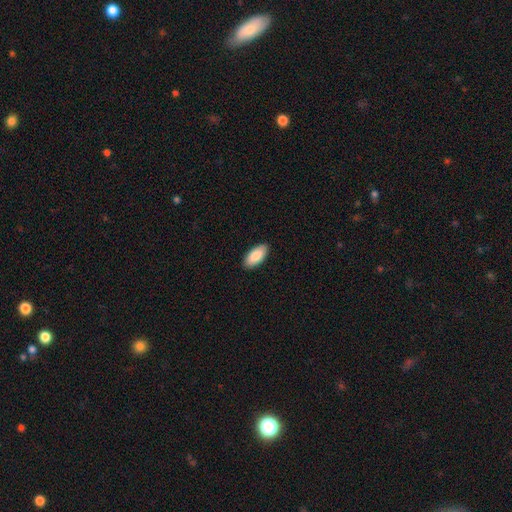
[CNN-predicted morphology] smooth 88%, featured or disk 7%, star or artifact 6%. Down the decision tree: how rounded — in between (93%); merging — none (90%).